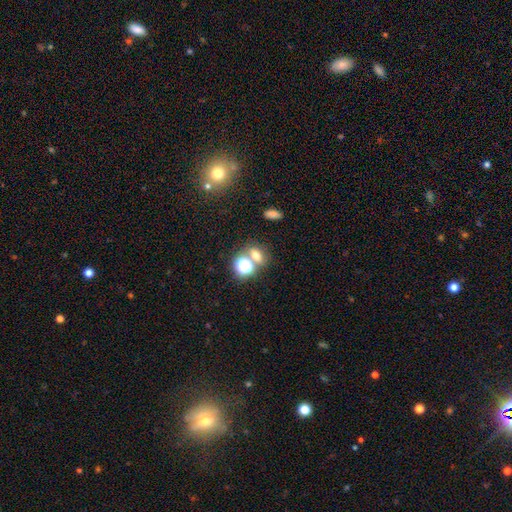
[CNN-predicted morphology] A smooth galaxy with no disk features (61%) that is in between round and cigar-shaped (51%). Merging: none (56%).